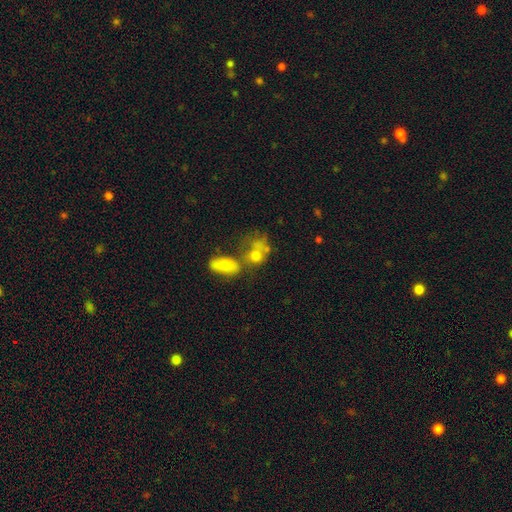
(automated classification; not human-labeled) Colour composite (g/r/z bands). It shows a smooth galaxy with no disk features (70%) that is in between round and cigar-shaped (58%). Merging: merger (42%).